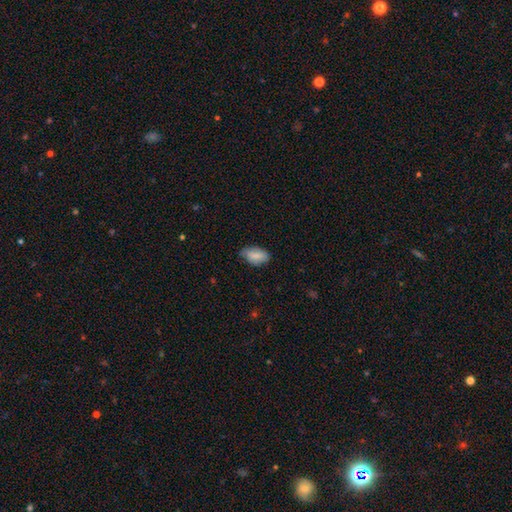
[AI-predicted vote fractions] smooth-or-featured: smooth: 82% | featured or disk: 11% | star or artifact: 7%
  how-rounded: in between: 92% | round: 4% | cigar-shaped: 3%
  merging: none: 64% | minor disturbance: 30% | major disturbance: 5% | merger: 1%